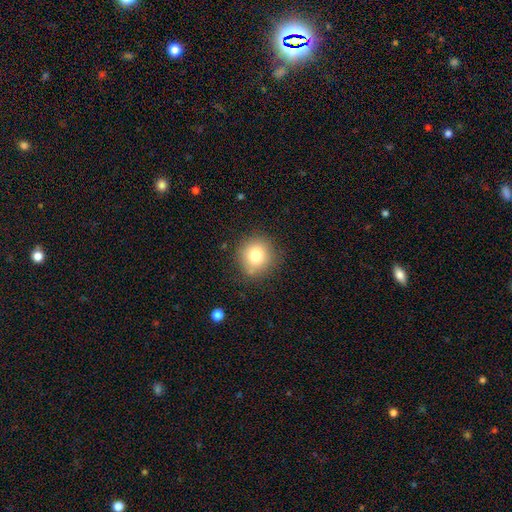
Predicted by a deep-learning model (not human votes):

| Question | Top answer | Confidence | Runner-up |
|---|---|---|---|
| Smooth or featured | smooth | 78% | star or artifact (11%) |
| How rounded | round | 89% | in between (10%) |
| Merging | none | 84% | minor disturbance (11%) |